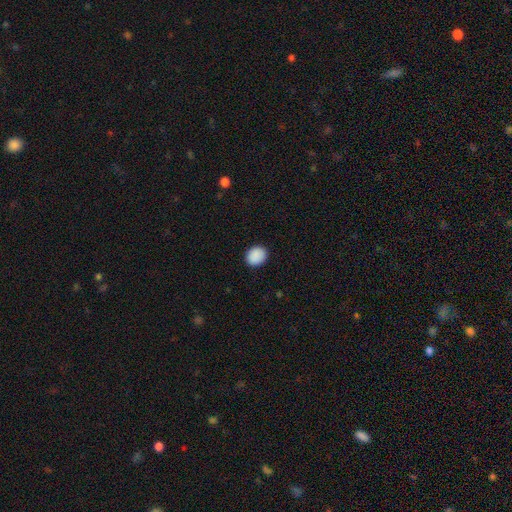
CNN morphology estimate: A smooth galaxy with no disk features (90%) that is round (62%).

Vote fractions:
- Smooth or featured? smooth: 90% / star or artifact: 8% / featured or disk: 3%
- How rounded? round: 62% / in between: 37% / cigar-shaped: 1%
- Merging? none: 90% / minor disturbance: 7% / major disturbance: 2% / merger: 1%